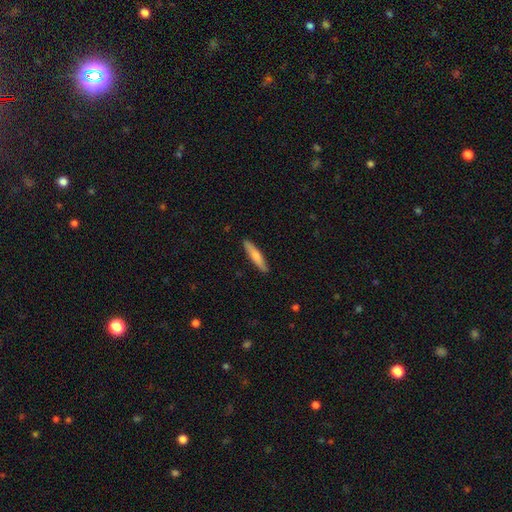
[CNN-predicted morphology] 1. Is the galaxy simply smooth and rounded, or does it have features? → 69% smooth, 25% featured or disk, 5% star or artifact.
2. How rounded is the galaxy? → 87% cigar-shaped, 12% in between, 1% round.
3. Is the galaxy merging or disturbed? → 89% none, 8% minor disturbance, 2% major disturbance, 1% merger.